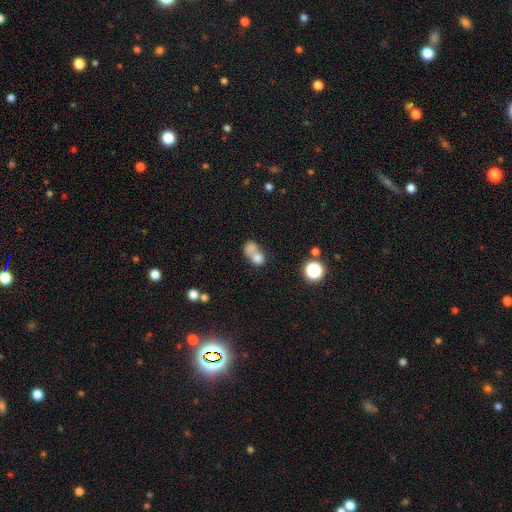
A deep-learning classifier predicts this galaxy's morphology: Smooth or featured? Predicted: smooth (p=0.73). How rounded? Predicted: round (p=0.55). Merging? Predicted: merger (p=0.67).